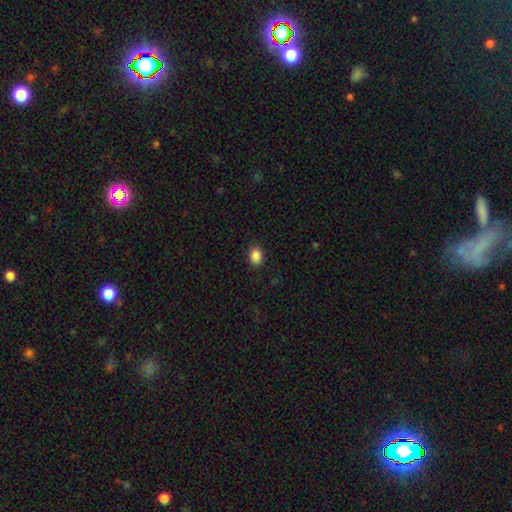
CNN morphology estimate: The model was most divided on "how rounded": in between: 64%, round: 35%, cigar-shaped: 1%. More confident: merging — none (89%); smooth or featured — smooth (88%).